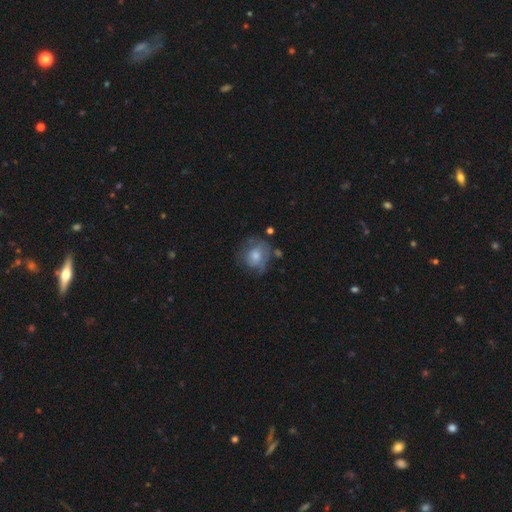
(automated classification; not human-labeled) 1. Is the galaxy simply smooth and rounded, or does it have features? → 58% smooth, 34% featured or disk, 8% star or artifact.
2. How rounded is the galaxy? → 71% round, 28% in between, 1% cigar-shaped.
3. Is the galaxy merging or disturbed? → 49% none, 29% minor disturbance, 17% major disturbance, 4% merger.